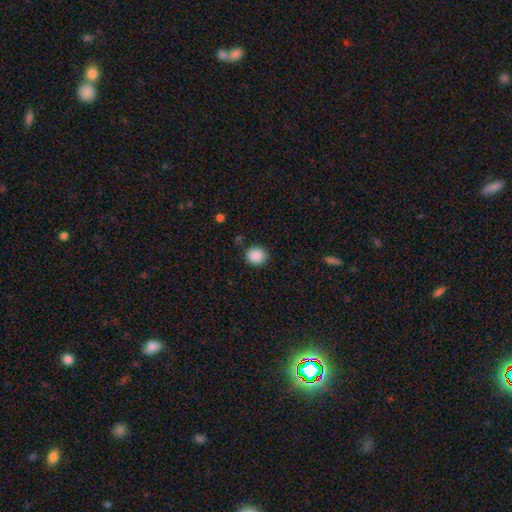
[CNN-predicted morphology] smooth 88%, star or artifact 9%, featured or disk 3%. Down the decision tree: how rounded — round (83%); merging — none (83%).